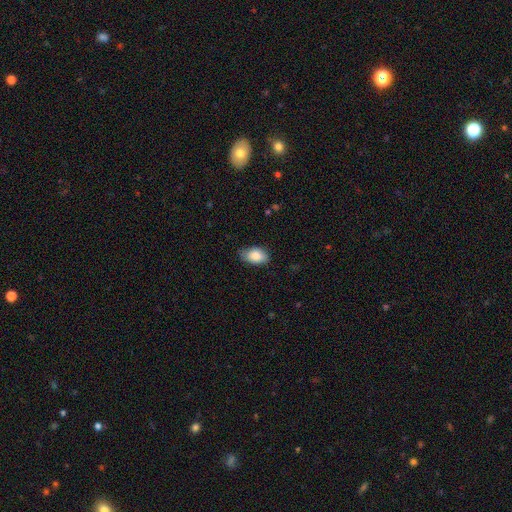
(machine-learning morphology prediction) Smooth or featured?
  - smooth: 86% *
  - featured or disk: 7%
  - star or artifact: 7%
How rounded?
  - in between: 90% *
  - round: 9%
  - cigar-shaped: 1%
Merging?
  - none: 75% *
  - minor disturbance: 21%
  - major disturbance: 4%
  - merger: 1%